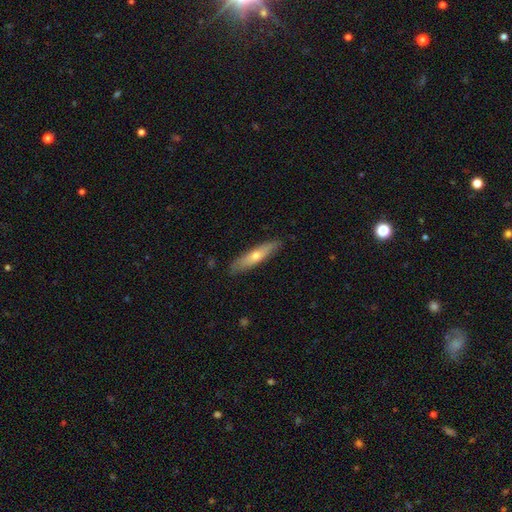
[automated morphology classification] This appears to be a smooth galaxy with no disk features (53%) that is cigar-shaped (81%). Merging: none (86%).